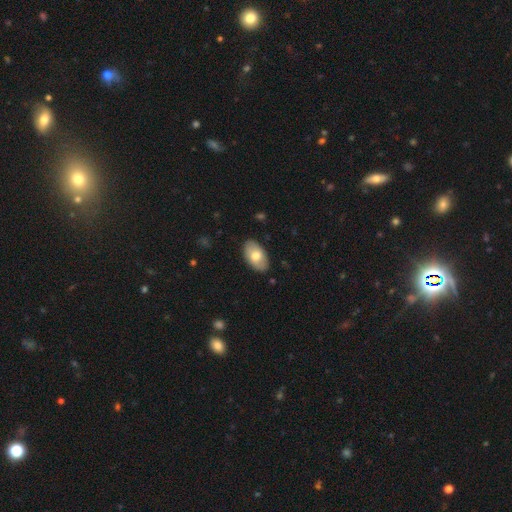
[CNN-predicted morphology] The model was most divided on "smooth or featured": smooth: 69%, featured or disk: 25%, star or artifact: 6%. More confident: how rounded — in between (94%); merging — none (86%).